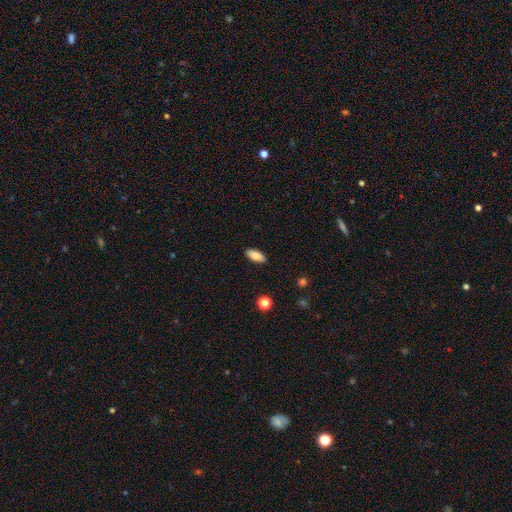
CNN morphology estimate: smooth-or-featured: smooth: 83% | featured or disk: 10% | star or artifact: 7%
  how-rounded: in between: 86% | cigar-shaped: 12% | round: 3%
  merging: none: 89% | minor disturbance: 8% | major disturbance: 2% | merger: 1%